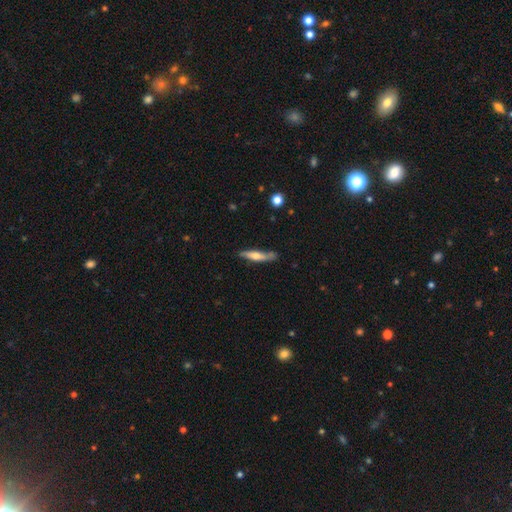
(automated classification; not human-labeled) Q: Smooth or featured?
A: smooth (50%); runner-up: featured or disk (45%)
Q: Merging?
A: none (74%); runner-up: minor disturbance (19%)